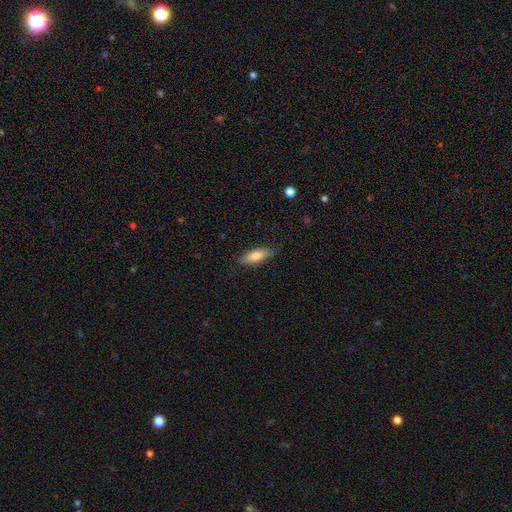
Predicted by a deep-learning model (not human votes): smooth 79%, featured or disk 15%, star or artifact 6%. Down the decision tree: how rounded — in between (58%); merging — none (82%).